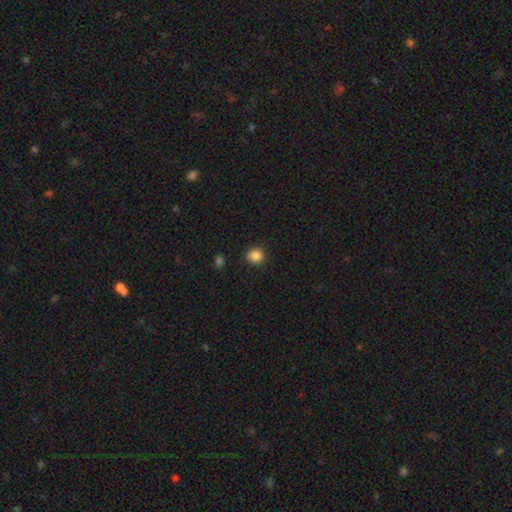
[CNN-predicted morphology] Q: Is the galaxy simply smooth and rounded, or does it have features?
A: smooth — 86%.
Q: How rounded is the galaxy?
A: round — 82%.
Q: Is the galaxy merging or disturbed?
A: none — 84%.